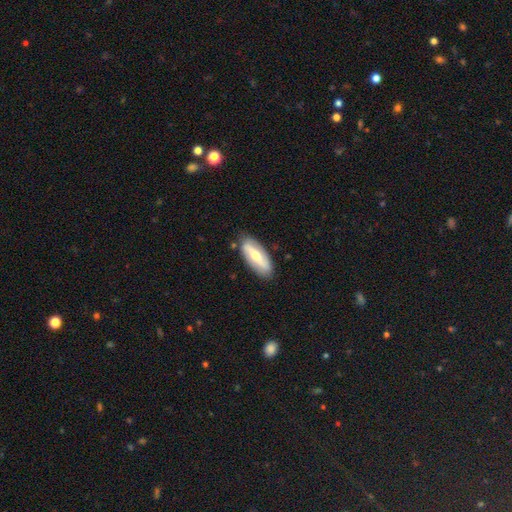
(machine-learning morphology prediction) The model was most divided on "bulge size": moderate: 60%, small: 34%, large: 4%, none: 1%, dominant: 1%. More confident: merging — none (84%); edge-on disk — no (80%); smooth or featured — featured or disk (65%); spiral arms — yes (64%); bar — strong (56%).